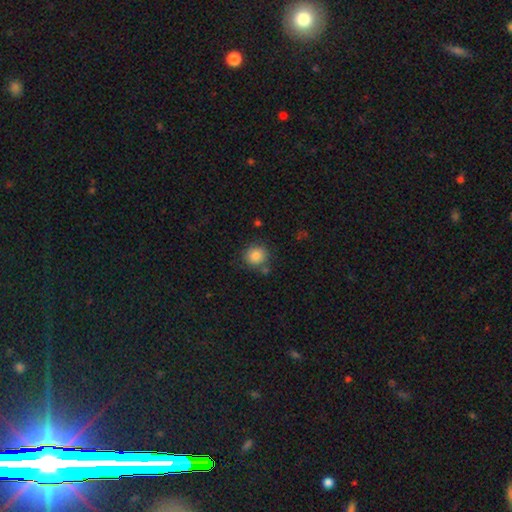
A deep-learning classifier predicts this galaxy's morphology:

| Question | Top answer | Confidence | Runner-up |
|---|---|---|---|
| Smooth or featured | smooth | 84% | star or artifact (10%) |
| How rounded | round | 90% | in between (10%) |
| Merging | none | 79% | minor disturbance (11%) |